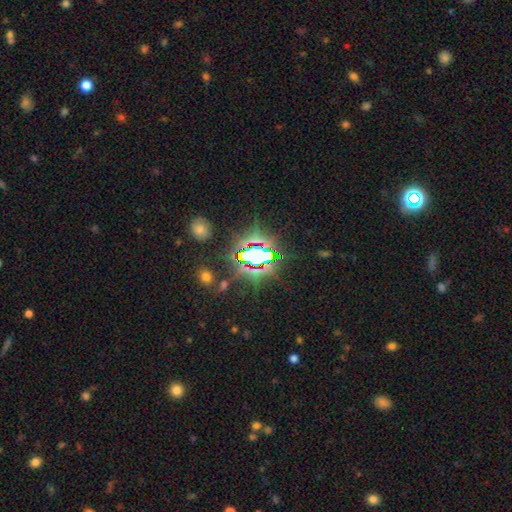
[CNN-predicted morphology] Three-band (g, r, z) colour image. It shows a star or artifact, not a galaxy (74%).